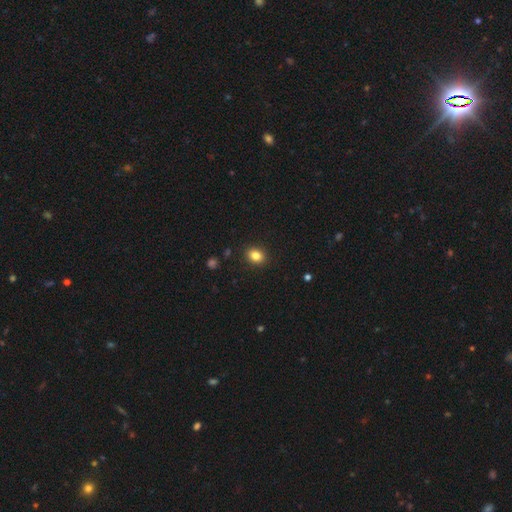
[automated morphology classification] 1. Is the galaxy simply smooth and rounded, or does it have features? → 84% smooth, 10% star or artifact, 6% featured or disk.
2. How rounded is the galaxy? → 51% in between, 48% round, 1% cigar-shaped.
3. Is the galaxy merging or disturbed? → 90% none, 7% minor disturbance, 2% major disturbance, 1% merger.